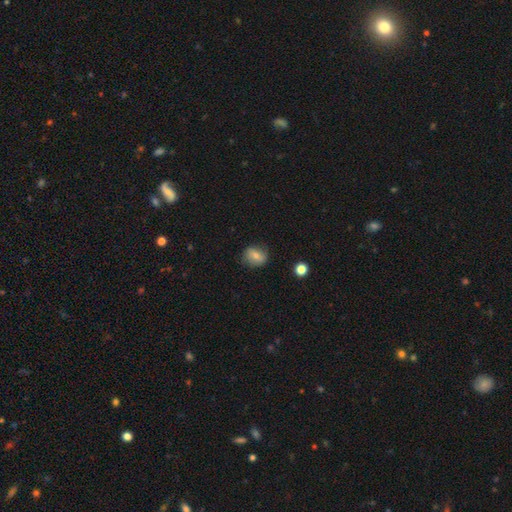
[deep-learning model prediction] A smooth galaxy with no disk features (65%) that is round (58%). Merging: none (76%).